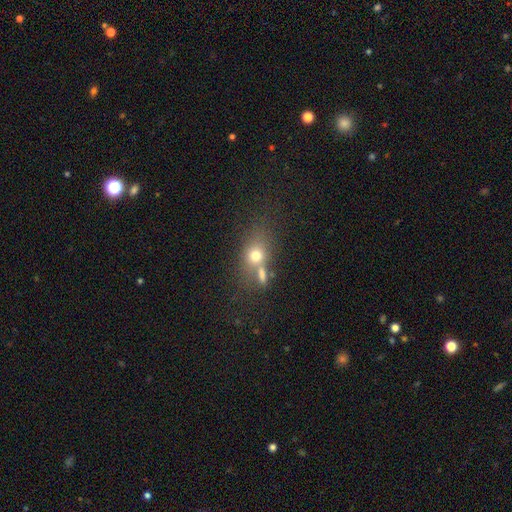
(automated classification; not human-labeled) Q: Smooth or featured?
A: smooth (70%); runner-up: featured or disk (16%)
Q: How rounded?
A: in between (48%); tied with: round (48%)
Q: Merging?
A: none (42%); runner-up: merger (38%)